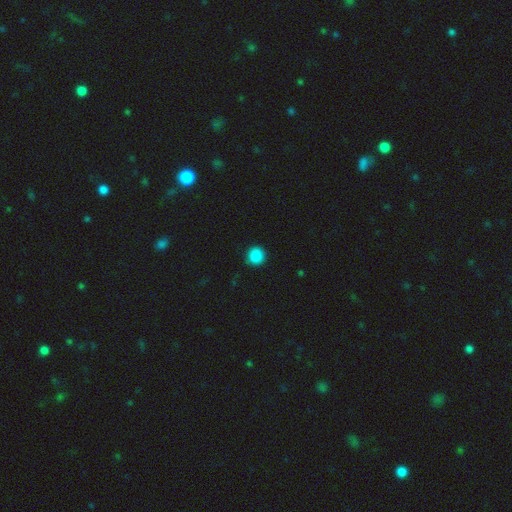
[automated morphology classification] smooth_or_featured: smooth (p=0.88) [alt: star or artifact p=0.10]
how_rounded: round (p=0.92) [alt: in between p=0.07]
merging: none (p=0.91) [alt: minor disturbance p=0.07]